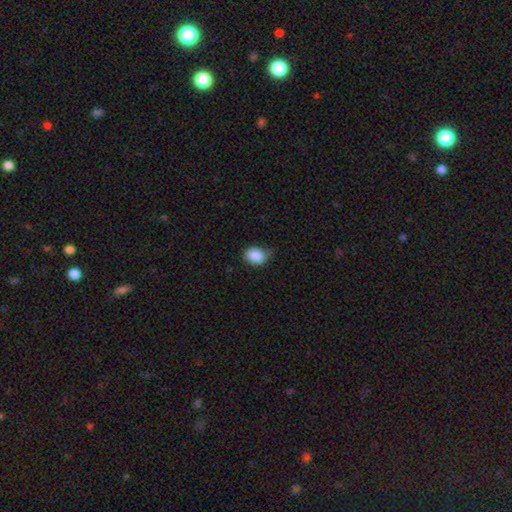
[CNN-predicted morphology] Smooth or featured? Predicted: smooth (p=0.88). How rounded? Predicted: in between (p=0.65). Merging? Predicted: none (p=0.65).